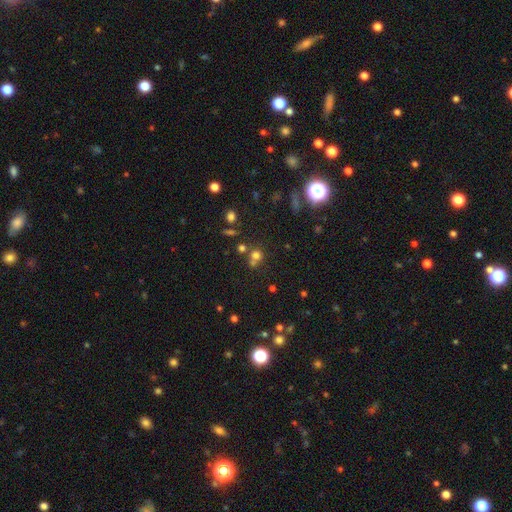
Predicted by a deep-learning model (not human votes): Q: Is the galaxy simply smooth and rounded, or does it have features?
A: smooth — 64%.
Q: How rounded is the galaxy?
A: round — 85%.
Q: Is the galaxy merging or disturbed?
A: none — 51%.